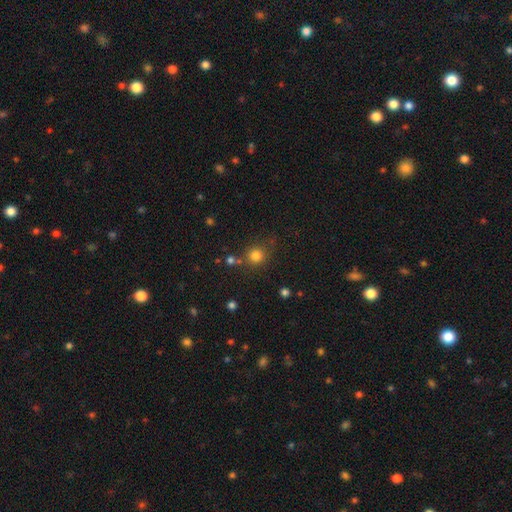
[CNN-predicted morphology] Smooth or featured? smooth (79%)
How rounded? round (90%)
Merging? none (74%)